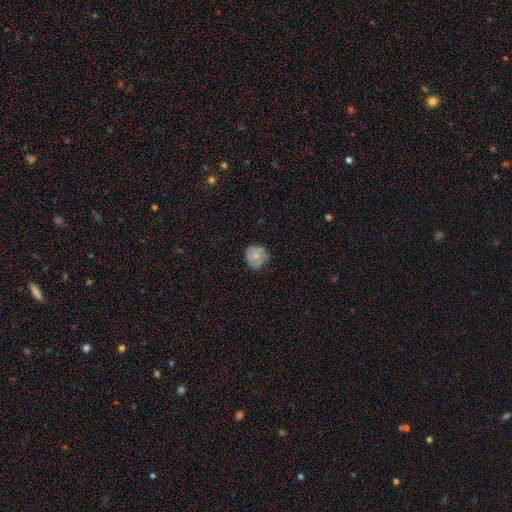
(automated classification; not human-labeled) Overall: smooth (73%). How rounded: round (87%). Merging: none (70%).